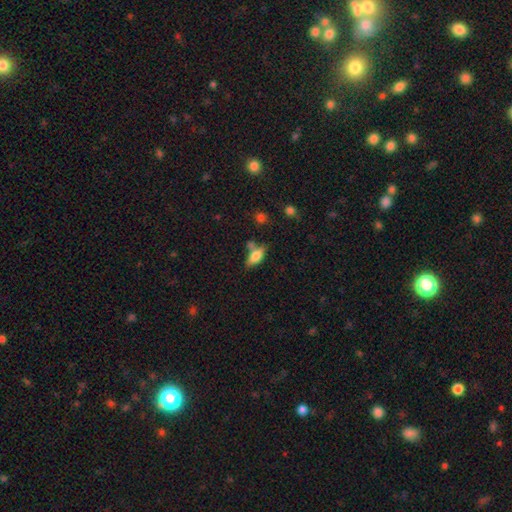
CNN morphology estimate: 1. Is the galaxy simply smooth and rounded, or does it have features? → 72% smooth, 20% featured or disk, 8% star or artifact.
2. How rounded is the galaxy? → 78% in between, 19% cigar-shaped, 3% round.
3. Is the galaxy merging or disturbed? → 59% none, 19% minor disturbance, 17% merger, 6% major disturbance.